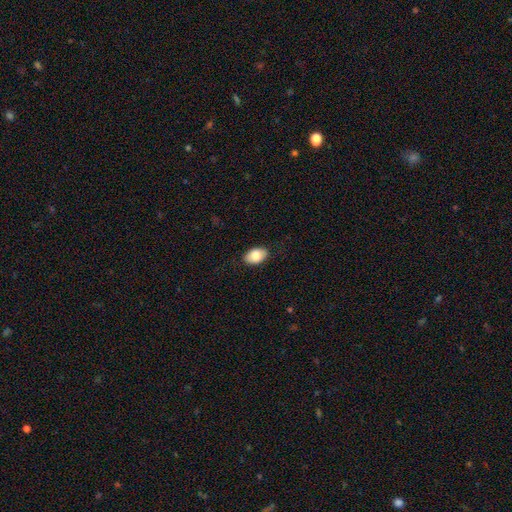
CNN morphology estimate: A smooth galaxy with no disk features (81%) that is in between round and cigar-shaped (89%).

Vote fractions:
- Smooth or featured? smooth: 81% / featured or disk: 12% / star or artifact: 7%
- How rounded? in between: 89% / round: 10% / cigar-shaped: 1%
- Merging? none: 85% / minor disturbance: 11% / major disturbance: 2% / merger: 1%